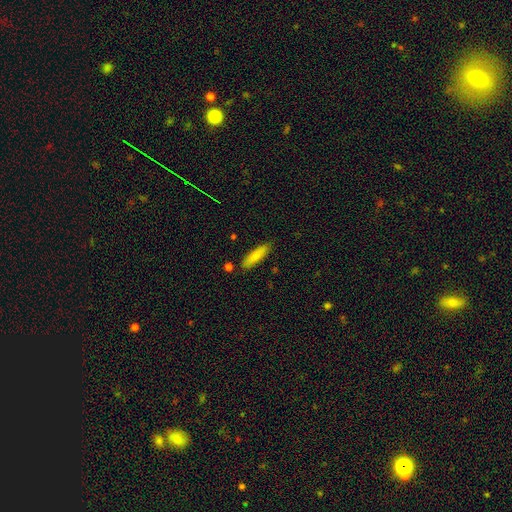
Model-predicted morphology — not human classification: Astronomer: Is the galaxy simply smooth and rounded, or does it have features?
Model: smooth — 81%.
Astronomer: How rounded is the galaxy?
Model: cigar-shaped — 71%.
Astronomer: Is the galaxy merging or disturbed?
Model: none — 85%.